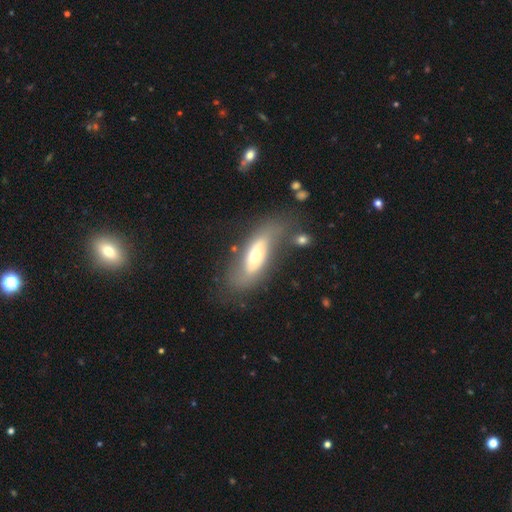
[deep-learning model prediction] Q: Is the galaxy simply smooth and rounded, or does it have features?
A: featured or disk — 51%.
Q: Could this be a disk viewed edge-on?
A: no — 77%.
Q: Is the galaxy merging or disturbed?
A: none — 57%.